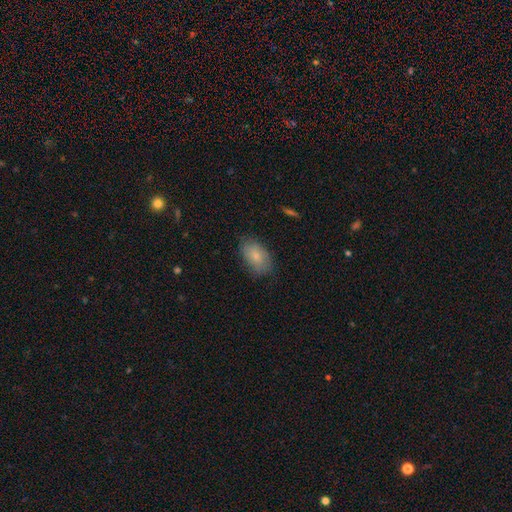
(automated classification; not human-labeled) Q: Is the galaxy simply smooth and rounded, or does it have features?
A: smooth — 82%.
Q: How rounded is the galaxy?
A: in between — 92%.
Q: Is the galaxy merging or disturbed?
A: none — 79%.